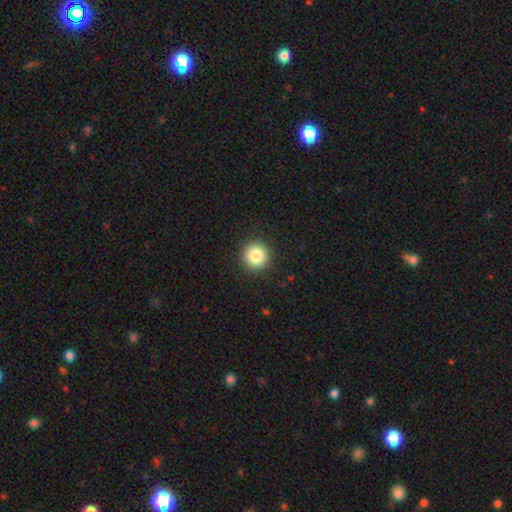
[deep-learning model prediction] A smooth galaxy with no disk features (85%) that is round (95%).

Vote fractions:
- Smooth or featured? smooth: 85% / star or artifact: 9% / featured or disk: 5%
- How rounded? round: 95% / in between: 4% / cigar-shaped: 1%
- Merging? none: 92% / minor disturbance: 5% / major disturbance: 2% / merger: 1%